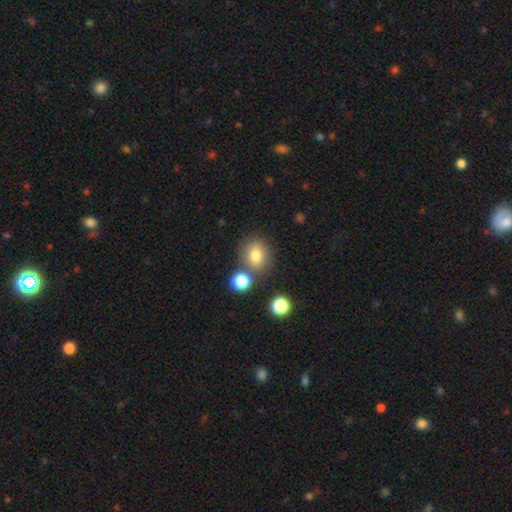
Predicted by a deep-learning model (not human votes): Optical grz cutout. It shows a smooth galaxy with no disk features (78%) that is round (64%). Merging: none (70%).